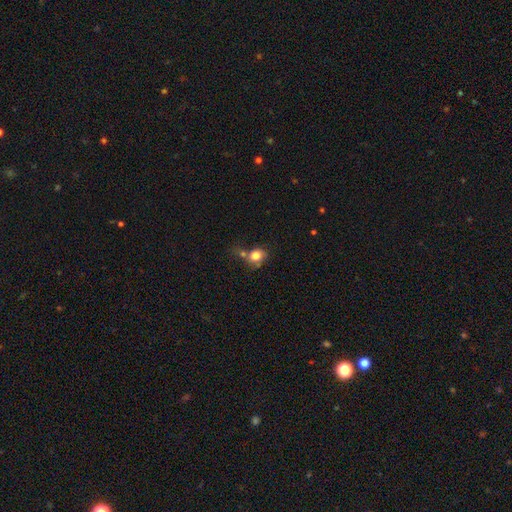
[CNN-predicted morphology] Smooth or featured? Predicted: smooth (p=0.78). How rounded? Predicted: round (p=0.61). Merging? Predicted: none (p=0.39).